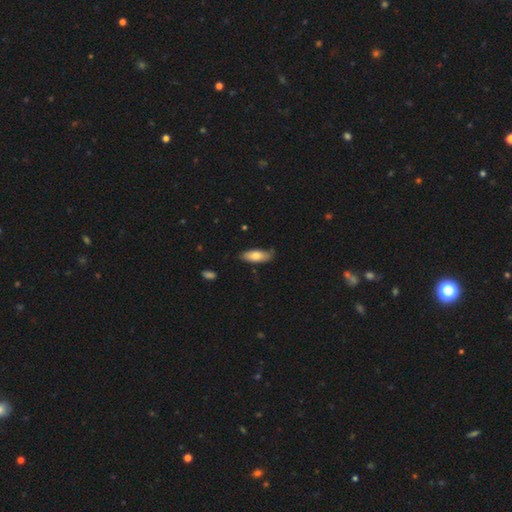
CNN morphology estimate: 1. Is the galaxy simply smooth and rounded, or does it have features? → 75% smooth, 19% featured or disk, 6% star or artifact.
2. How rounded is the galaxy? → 73% in between, 25% cigar-shaped, 2% round.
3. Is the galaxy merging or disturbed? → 72% none, 23% minor disturbance, 3% major disturbance, 2% merger.